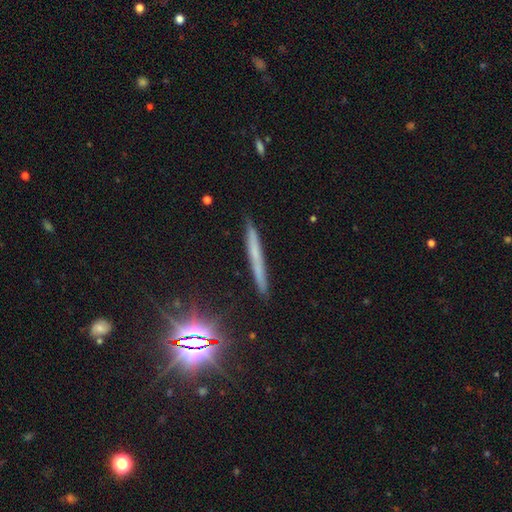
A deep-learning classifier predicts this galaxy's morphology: This is marginally a smooth galaxy (40%). Merging: clearly none (88%).